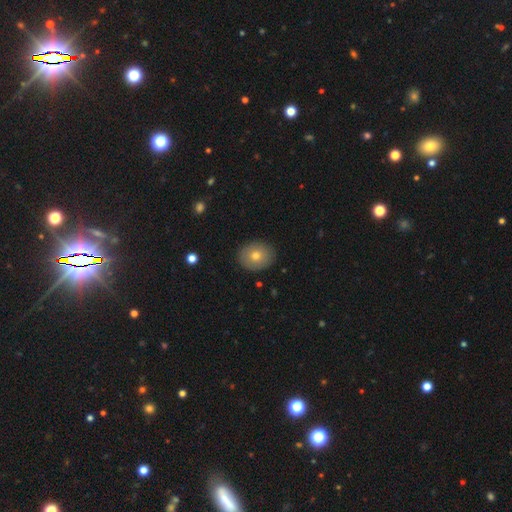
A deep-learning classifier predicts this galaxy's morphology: A smooth galaxy with no disk features (72%) that is round (58%). Merging: none (89%).